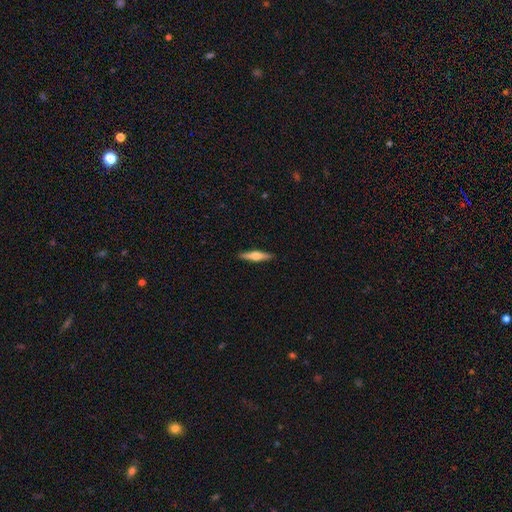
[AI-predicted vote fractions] Smooth or featured? Predicted: featured or disk (p=0.53). Edge-on disk? Predicted: yes (p=0.96). Edge-on bulge? Predicted: rounded (p=0.92). Merging? Predicted: none (p=0.91).